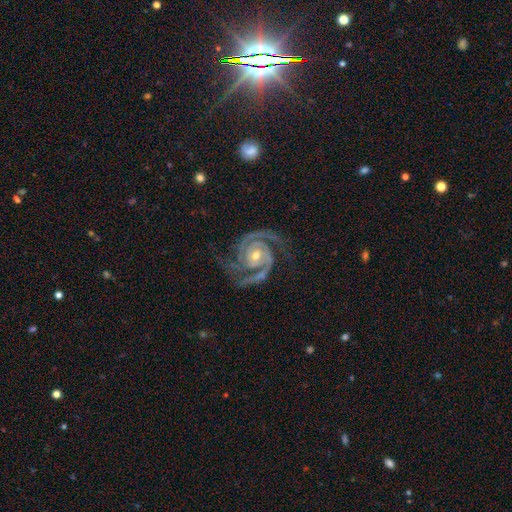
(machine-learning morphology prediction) The model was most divided on "bulge size": moderate: 53%, small: 44%, large: 2%, none: 1%, dominant: 1%. More confident: spiral arms — yes (99%); edge-on disk — no (98%); smooth or featured — featured or disk (94%); merging — none (74%); bar — no (66%); spiral arm count — 2 (60%); spiral winding — tight (58%).